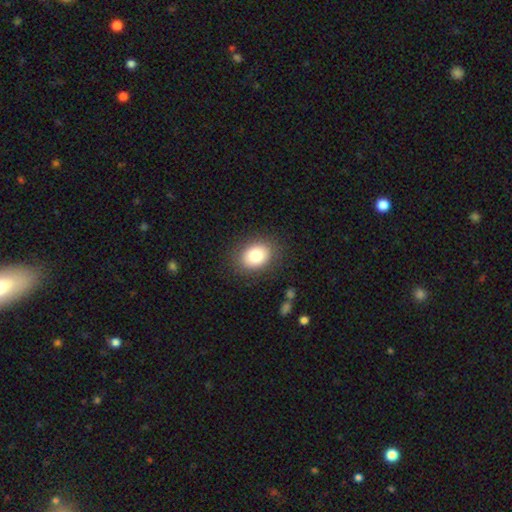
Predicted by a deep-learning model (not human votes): Smooth or featured? Predicted: smooth (p=0.81). How rounded? Predicted: in between (p=0.60). Merging? Predicted: none (p=0.86).